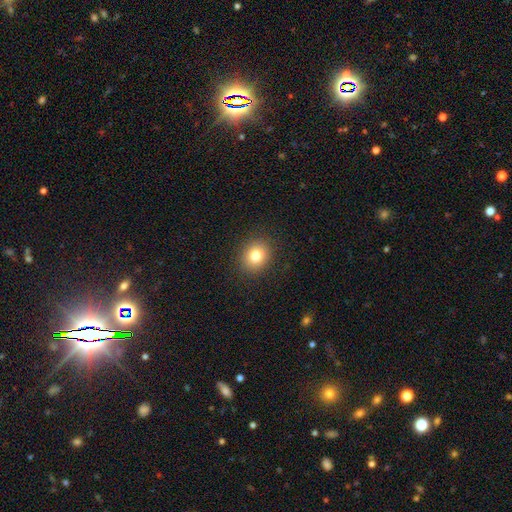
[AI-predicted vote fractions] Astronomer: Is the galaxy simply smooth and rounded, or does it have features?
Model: smooth — 80%.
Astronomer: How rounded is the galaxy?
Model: round — 71%.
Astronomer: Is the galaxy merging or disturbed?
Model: none — 90%.